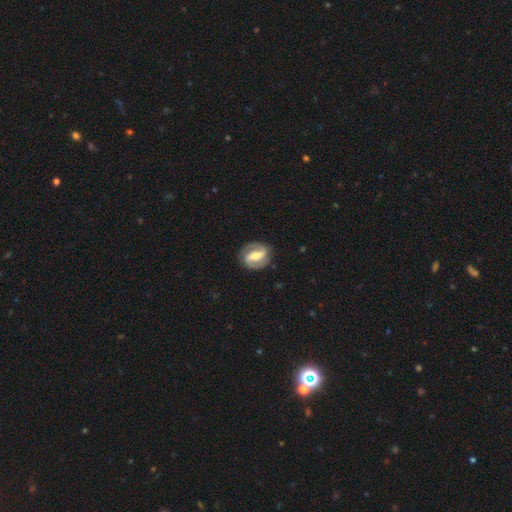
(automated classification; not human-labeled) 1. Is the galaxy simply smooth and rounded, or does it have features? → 83% featured or disk, 12% smooth, 5% star or artifact.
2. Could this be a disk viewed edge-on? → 97% no, 3% yes.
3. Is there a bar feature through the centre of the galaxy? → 56% strong, 32% weak, 12% no.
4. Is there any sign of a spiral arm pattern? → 93% yes, 7% no.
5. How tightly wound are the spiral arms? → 48% medium, 35% tight, 17% loose.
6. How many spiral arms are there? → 92% 2, 3% can't tell, 2% 1, 1% 3, 1% 4, 1% more than 4.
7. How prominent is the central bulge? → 56% moderate, 27% small, 12% large, 4% none, 2% dominant.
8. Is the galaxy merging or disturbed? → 85% none, 10% minor disturbance, 4% major disturbance, 1% merger.